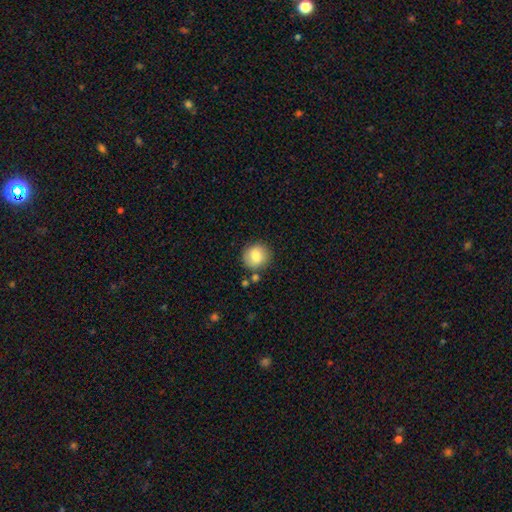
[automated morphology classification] This is clearly a smooth galaxy (80%). How rounded: clearly round (89%). Merging: clearly none (82%).